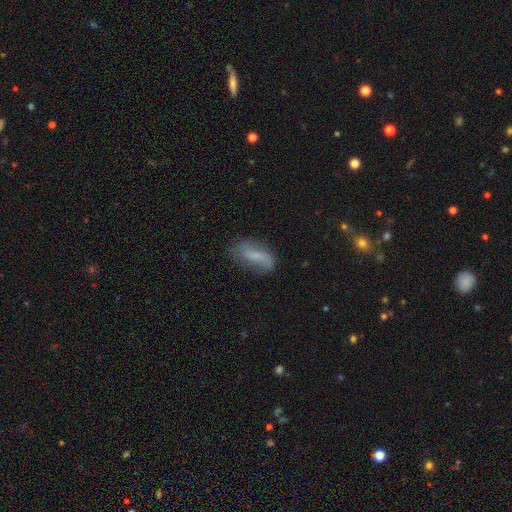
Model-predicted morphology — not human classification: Q: Smooth or featured?
A: featured or disk (48%); runner-up: smooth (42%)
Q: Merging?
A: none (64%); runner-up: minor disturbance (23%)